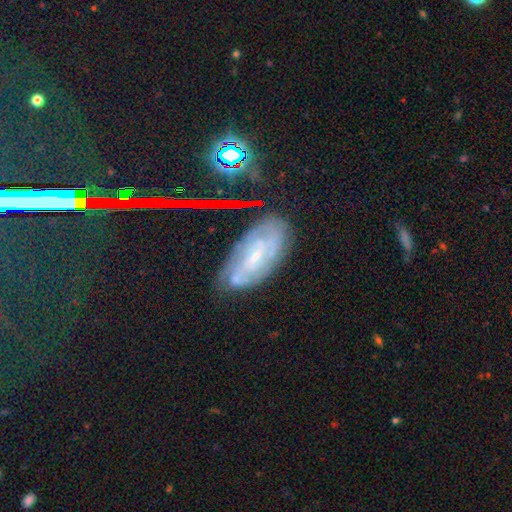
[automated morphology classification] This appears to be a featured or disk galaxy (69%) with no bar (43%), tight (60%) spiral arms (84%) and a small central bulge (74%). Merging: none (69%).